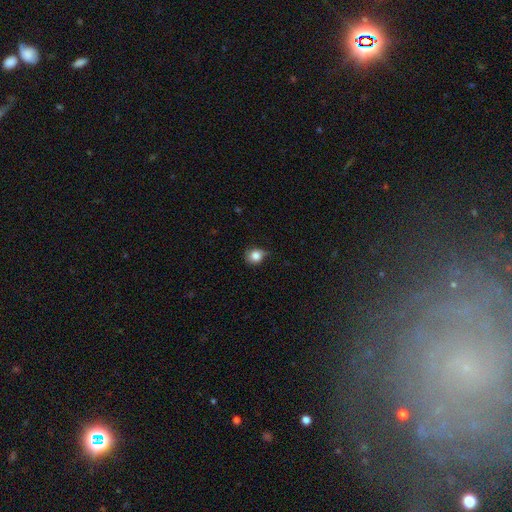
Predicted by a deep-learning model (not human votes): Smooth or featured? smooth (83%)
How rounded? round (72%)
Merging? none (56%)